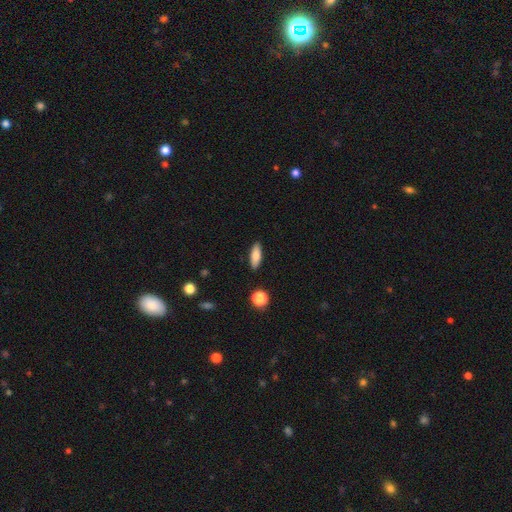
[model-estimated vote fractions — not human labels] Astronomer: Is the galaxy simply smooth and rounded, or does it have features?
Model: smooth — 80%.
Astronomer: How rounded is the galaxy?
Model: in between — 62%.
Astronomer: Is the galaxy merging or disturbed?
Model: none — 88%.